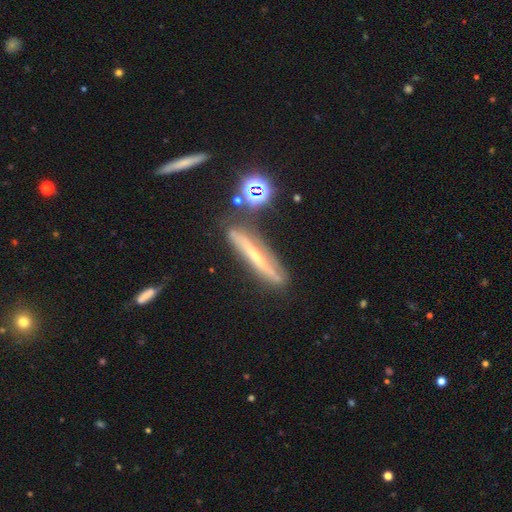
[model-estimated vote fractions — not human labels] Overall: featured or disk (65%). Edge-on disk: yes (80%). Edge-on bulge: rounded (56%; none 37%). Merging: none (73%).